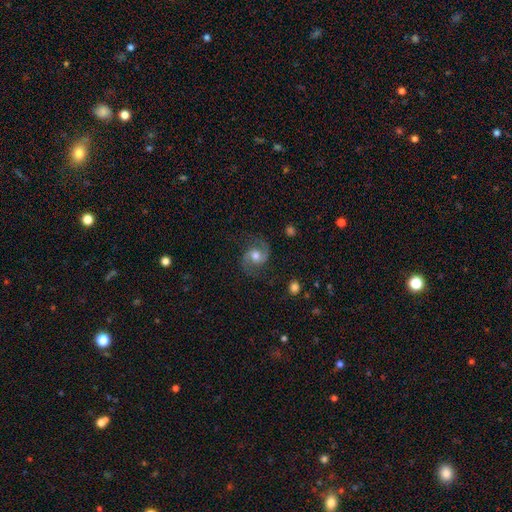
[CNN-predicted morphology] type=featured or disk (85%); edge-on=no (98%); bar=no (56%); spiral arms=yes (97%); winding=medium (57%); arm count=2 (94%); bulge=moderate (70%); merging=none (80%).